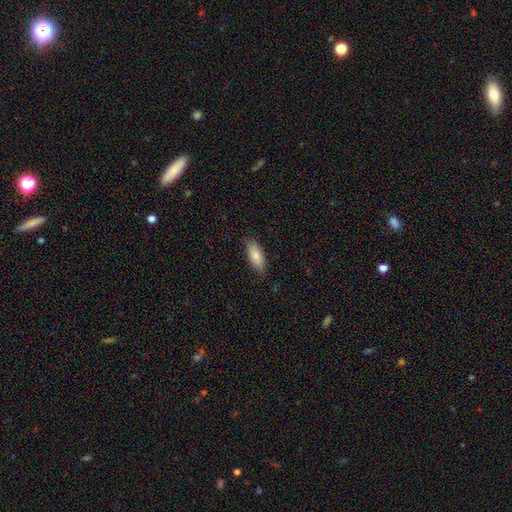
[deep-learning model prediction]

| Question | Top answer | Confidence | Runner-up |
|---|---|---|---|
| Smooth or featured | smooth | 84% | featured or disk (10%) |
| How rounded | in between | 81% | cigar-shaped (17%) |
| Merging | none | 86% | minor disturbance (11%) |